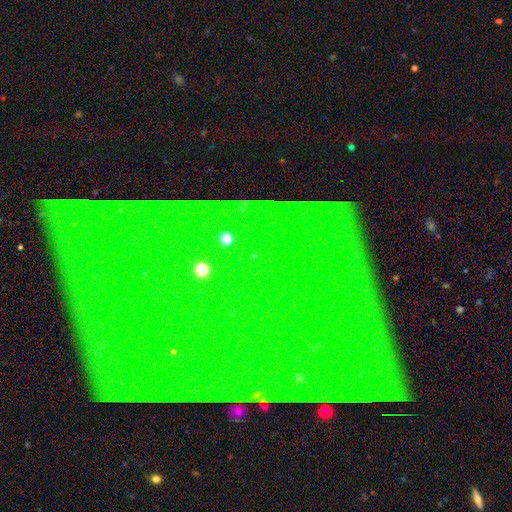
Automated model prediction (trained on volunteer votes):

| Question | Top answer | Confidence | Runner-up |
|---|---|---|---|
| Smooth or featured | star or artifact | 83% | featured or disk (9%) |